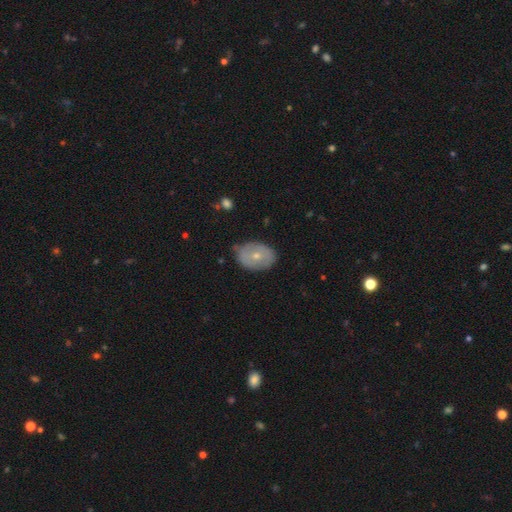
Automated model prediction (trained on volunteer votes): A smooth galaxy with no disk features (56%) that is in between round and cigar-shaped (78%).

Vote fractions:
- Smooth or featured? smooth: 56% / featured or disk: 37% / star or artifact: 8%
- How rounded? in between: 78% / round: 20% / cigar-shaped: 1%
- Merging? none: 69% / minor disturbance: 25% / major disturbance: 5% / merger: 2%